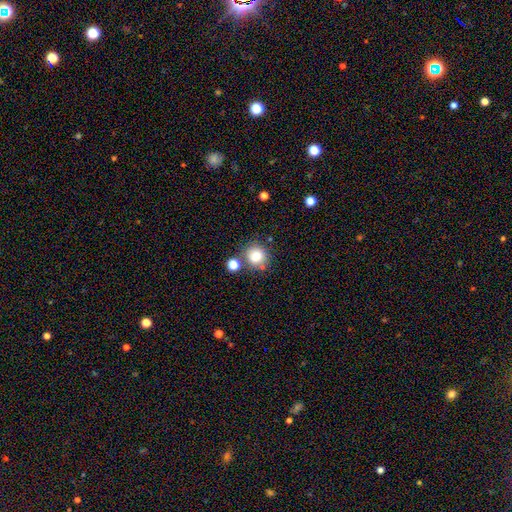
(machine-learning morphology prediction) A smooth galaxy with no disk features (79%) that is round (87%). Merging: none (73%).